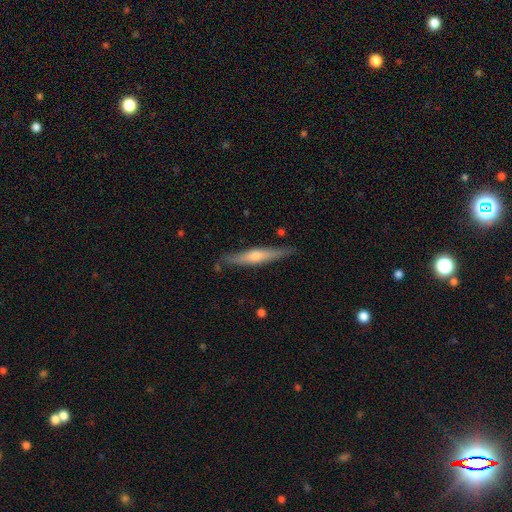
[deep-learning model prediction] This appears to be a featured or disk galaxy (57%) viewed edge-on (95%) with a rounded central bulge (75%). Merging: none (84%).